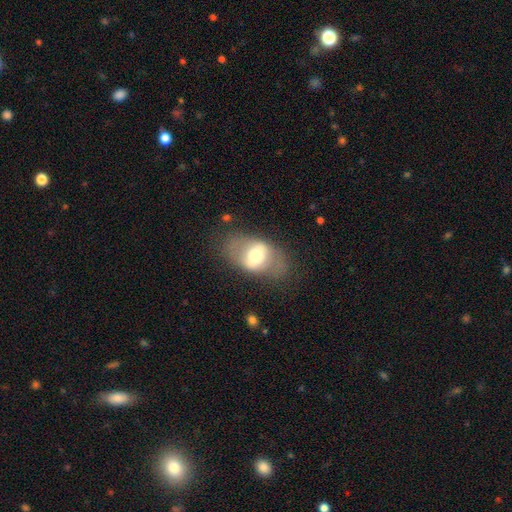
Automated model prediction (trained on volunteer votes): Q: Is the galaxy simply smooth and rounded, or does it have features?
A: featured or disk — 48%.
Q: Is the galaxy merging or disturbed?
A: none — 68%.